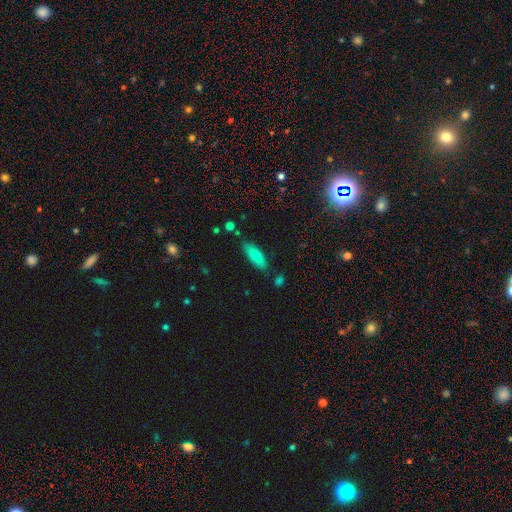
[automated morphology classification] Smooth or featured?
  - smooth: 77% *
  - featured or disk: 16%
  - star or artifact: 7%
How rounded?
  - in between: 59% *
  - cigar-shaped: 39%
  - round: 2%
Merging?
  - none: 79% *
  - minor disturbance: 14%
  - merger: 4%
  - major disturbance: 3%